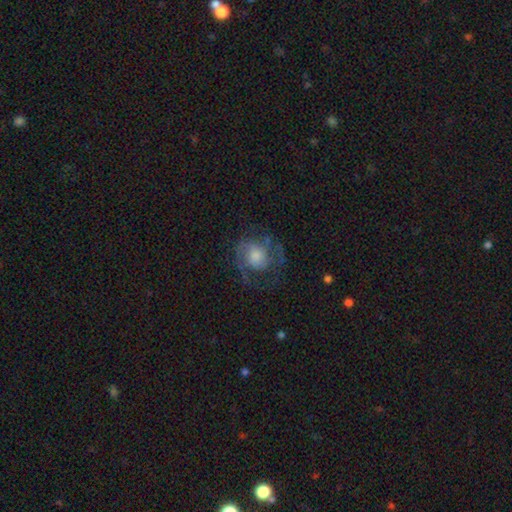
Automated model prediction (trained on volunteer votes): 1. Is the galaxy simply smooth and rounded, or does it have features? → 64% featured or disk, 27% smooth, 9% star or artifact.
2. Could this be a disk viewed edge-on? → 97% no, 3% yes.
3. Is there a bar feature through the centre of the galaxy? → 73% no, 23% weak, 4% strong.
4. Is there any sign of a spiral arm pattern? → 84% yes, 16% no.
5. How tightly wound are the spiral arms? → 47% medium, 32% tight, 21% loose.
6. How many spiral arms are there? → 63% 2, 18% can't tell, 8% 1, 6% 3, 2% 4, 2% more than 4.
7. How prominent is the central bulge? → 41% moderate, 26% small, 22% large, 8% none, 3% dominant.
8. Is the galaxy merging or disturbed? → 60% none, 20% major disturbance, 19% minor disturbance, 1% merger.